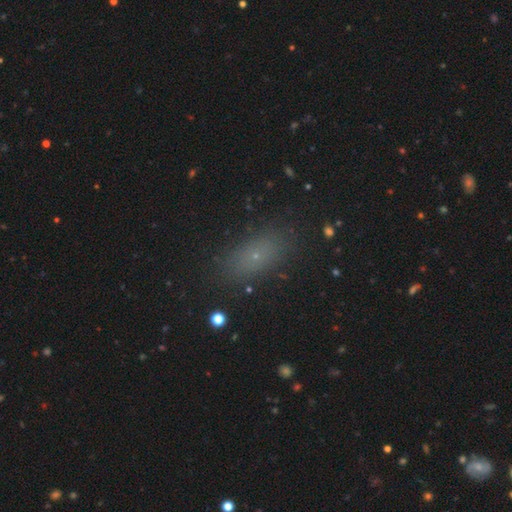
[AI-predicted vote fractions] Smooth or featured: smooth — 65% (star or artifact — 22%)
How rounded: in between — 79% (cigar-shaped — 12%)
Merging: none — 85% (minor disturbance — 10%)